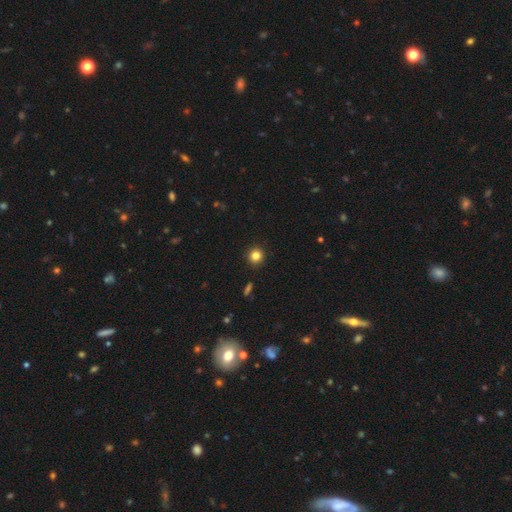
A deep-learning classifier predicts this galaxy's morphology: Smooth or featured: smooth — 83% (star or artifact — 12%)
How rounded: round — 92% (in between — 7%)
Merging: none — 92% (minor disturbance — 5%)